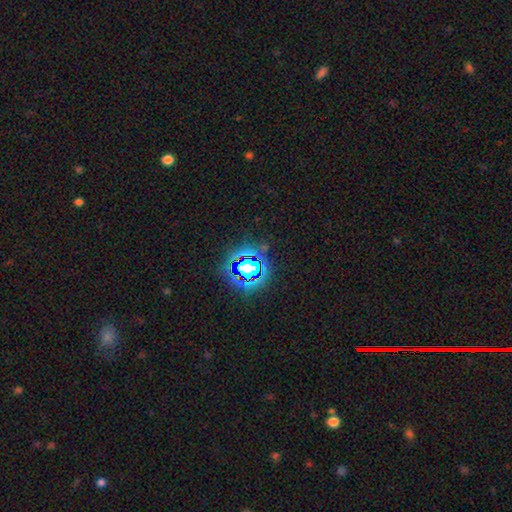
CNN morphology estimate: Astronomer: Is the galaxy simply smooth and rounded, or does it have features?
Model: star or artifact — 81%.